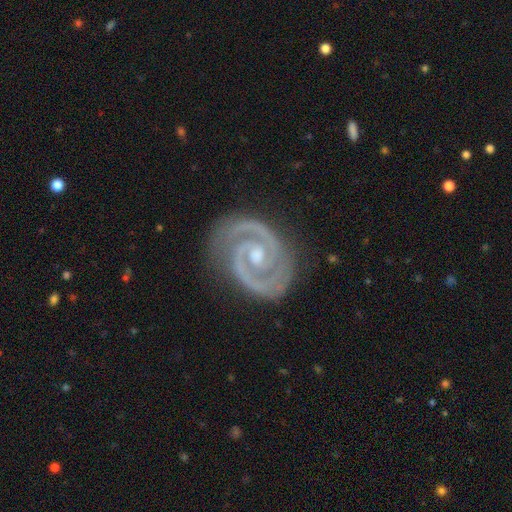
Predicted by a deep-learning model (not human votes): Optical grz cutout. It shows a featured or disk galaxy (94%) with no bar (50%), 2 (92%) tight (62%) spiral arms (99%) and a moderate central bulge (61%). Merging: none (82%).